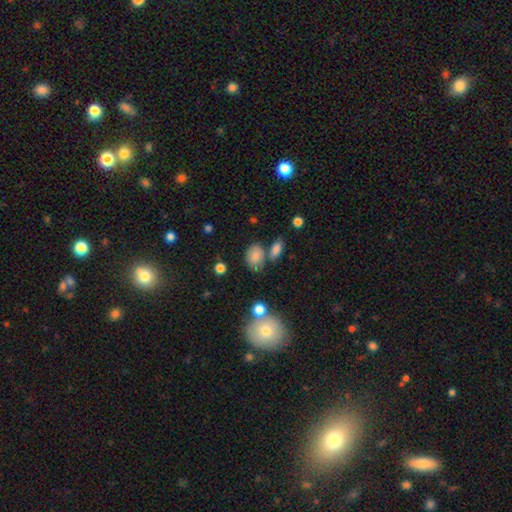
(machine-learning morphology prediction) Q: Smooth or featured?
A: smooth (80%); runner-up: star or artifact (11%)
Q: How rounded?
A: in between (76%); runner-up: round (23%)
Q: Merging?
A: none (58%); runner-up: minor disturbance (19%)